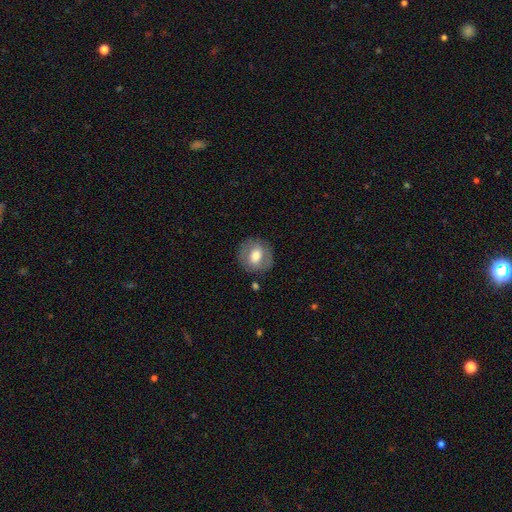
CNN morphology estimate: Smooth or featured?
  - smooth: 61% *
  - featured or disk: 31%
  - star or artifact: 7%
How rounded?
  - round: 79% *
  - in between: 20%
  - cigar-shaped: 1%
Merging?
  - none: 83% *
  - minor disturbance: 11%
  - major disturbance: 4%
  - merger: 2%